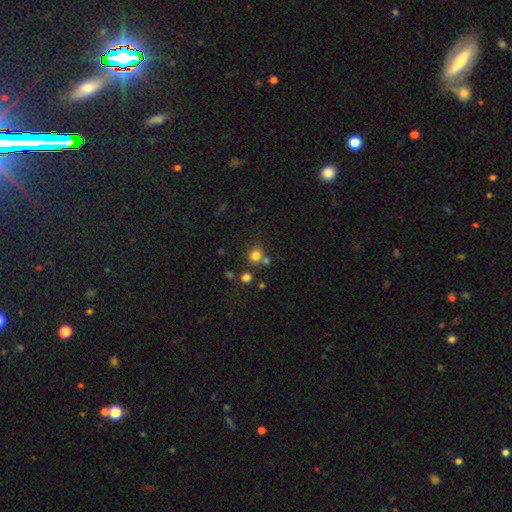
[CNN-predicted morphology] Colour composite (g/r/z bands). It shows a smooth galaxy with no disk features (79%) that is round (88%). Merging: none (68%).